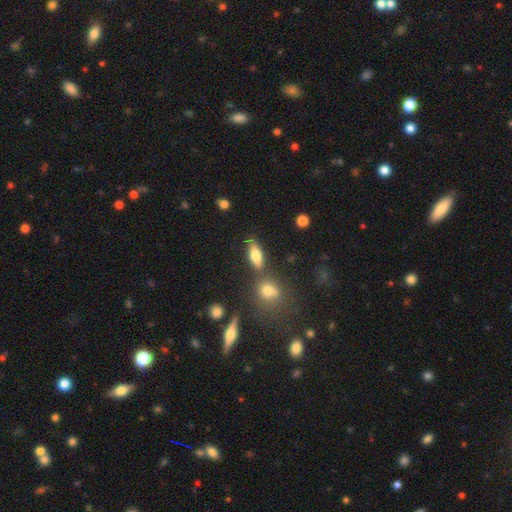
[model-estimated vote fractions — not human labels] Smooth or featured: smooth — 71% (featured or disk — 20%)
How rounded: in between — 69% (cigar-shaped — 26%)
Merging: none — 69% (minor disturbance — 15%)